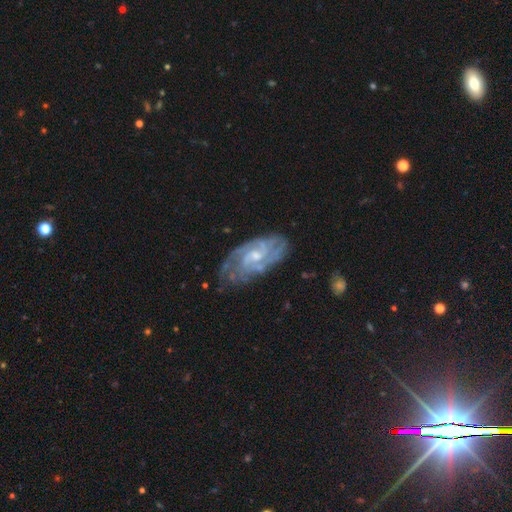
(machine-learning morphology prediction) A featured or disk galaxy (85%) with no bar (52%), can't tell (32%, tied with 2) tight (57%) spiral arms (95%) and a small central bulge (51%). Merging: none (68%).